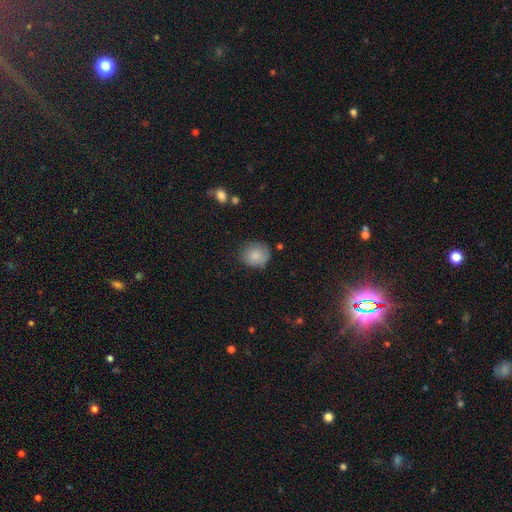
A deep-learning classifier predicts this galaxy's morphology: The model was most divided on "merging": none: 74%, minor disturbance: 20%, major disturbance: 4%, merger: 2%. More confident: smooth or featured — smooth (84%); how rounded — round (78%).